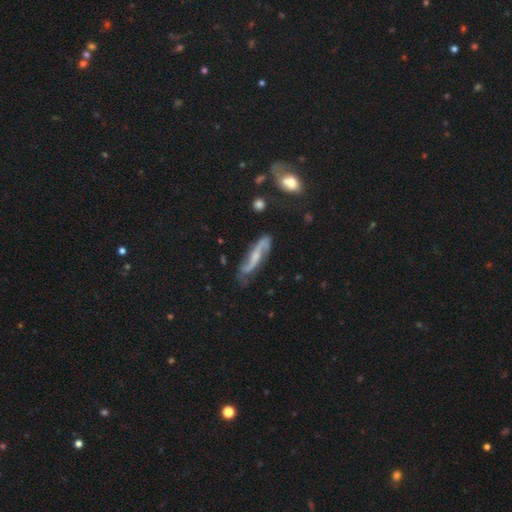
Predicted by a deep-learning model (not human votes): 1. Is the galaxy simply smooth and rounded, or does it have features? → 82% featured or disk, 12% smooth, 6% star or artifact.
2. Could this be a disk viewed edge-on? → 85% no, 15% yes.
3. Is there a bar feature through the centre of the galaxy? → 41% weak, 35% no, 24% strong.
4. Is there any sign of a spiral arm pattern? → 96% yes, 4% no.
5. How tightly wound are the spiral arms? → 56% loose, 32% medium, 12% tight.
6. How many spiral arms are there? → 92% 2, 4% can't tell, 2% 1, 1% 3, 1% 4, 1% more than 4.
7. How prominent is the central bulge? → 49% small, 31% moderate, 15% none, 3% large, 1% dominant.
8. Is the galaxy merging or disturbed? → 75% none, 17% minor disturbance, 6% major disturbance, 3% merger.